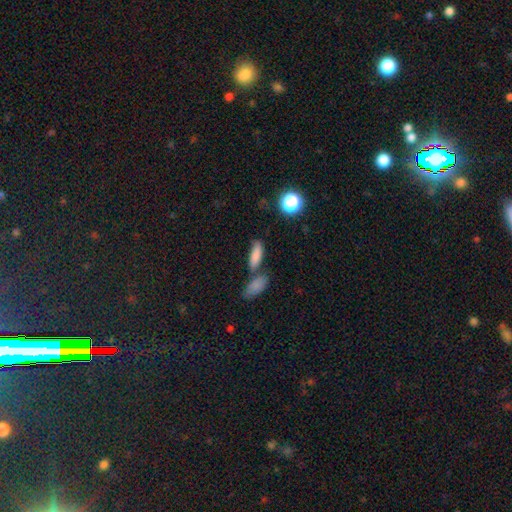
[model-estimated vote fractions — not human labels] This appears to be a smooth galaxy with no disk features (80%) that is in between round and cigar-shaped (64%). Merging: none (49%).